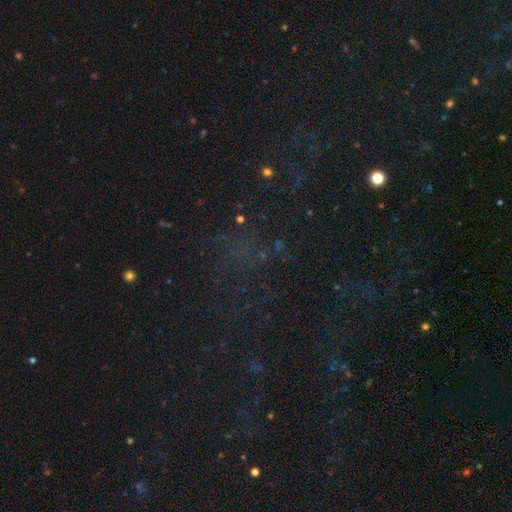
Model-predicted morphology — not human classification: Smooth or featured? star or artifact (70%)